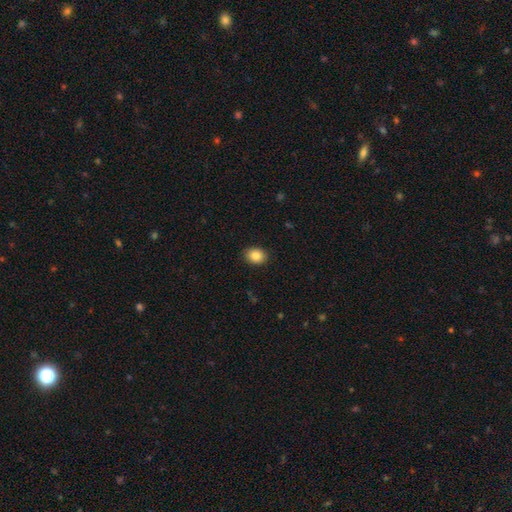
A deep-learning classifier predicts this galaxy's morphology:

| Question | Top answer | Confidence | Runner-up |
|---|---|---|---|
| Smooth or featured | smooth | 87% | star or artifact (9%) |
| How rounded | in between | 54% | round (45%) |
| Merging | none | 89% | minor disturbance (8%) |